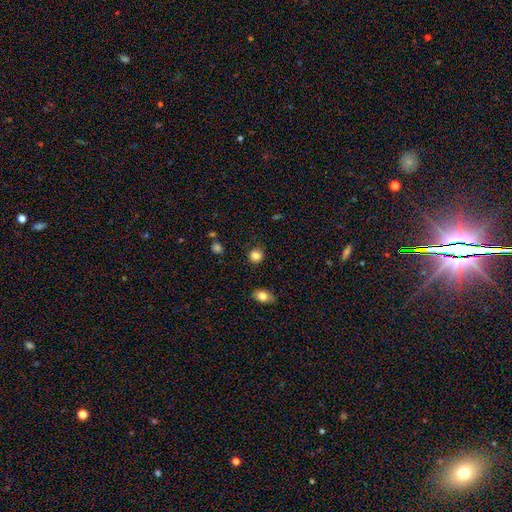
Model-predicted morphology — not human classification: type=smooth (85%); roundness=round (88%); merging=none (88%).